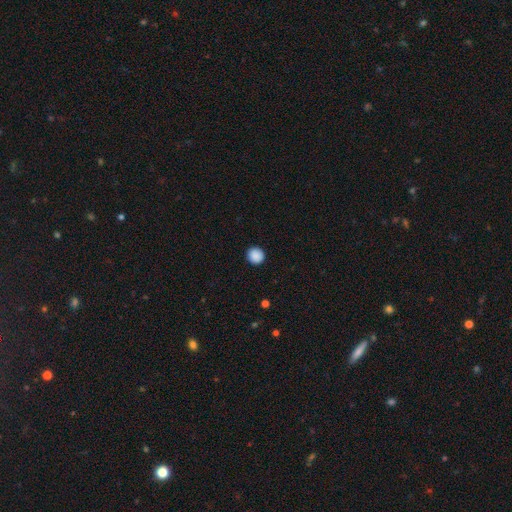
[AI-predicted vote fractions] smooth_or_featured: smooth (p=0.89) [alt: star or artifact p=0.09]
how_rounded: round (p=0.93) [alt: in between p=0.06]
merging: none (p=0.92) [alt: minor disturbance p=0.05]